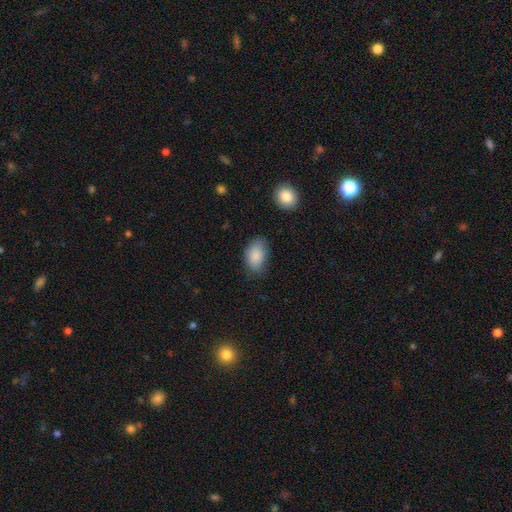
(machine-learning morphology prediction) A smooth galaxy with no disk features (87%) that is in between round and cigar-shaped (90%). Merging: none (68%).